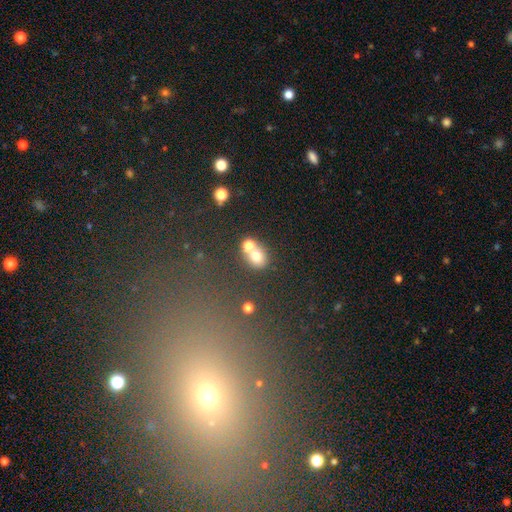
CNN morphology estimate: smooth-or-featured: smooth: 71% | star or artifact: 14% | featured or disk: 14%
  how-rounded: round: 65% | in between: 34% | cigar-shaped: 1%
  merging: merger: 51% | none: 37% | minor disturbance: 8% | major disturbance: 4%